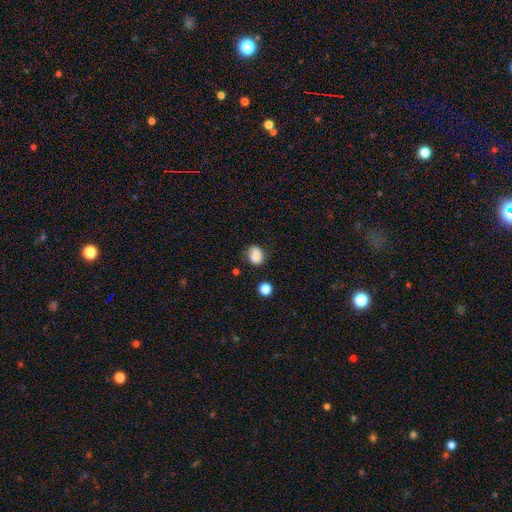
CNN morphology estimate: A smooth galaxy with no disk features (81%) that is round (50%). Merging: none (66%).